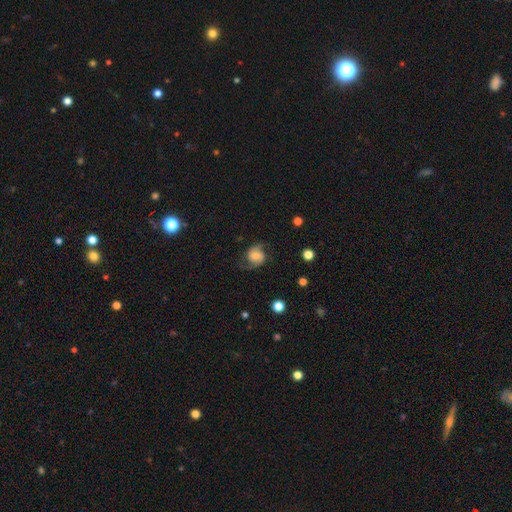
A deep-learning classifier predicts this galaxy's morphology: smooth-or-featured: featured or disk: 76% | smooth: 16% | star or artifact: 8%
  disk-edge-on: no: 98% | yes: 2%
    bar: no: 51% | weak: 39% | strong: 10%
    has-spiral-arms: yes: 96% | no: 4%
      spiral-winding: medium: 50% | loose: 32% | tight: 18%
      spiral-arm-count: 2: 92% | can't tell: 3% | 1: 2% | 3: 1% | 4: 1% | more than 4: 1%
    bulge-size: moderate: 39% | small: 36% | none: 12% | large: 10% | dominant: 2%
  merging: none: 74% | minor disturbance: 17% | major disturbance: 8% | merger: 1%